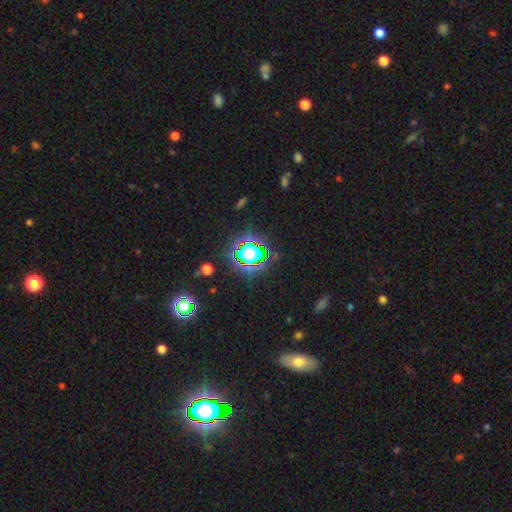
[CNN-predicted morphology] This is likely a star or artifact rather than a galaxy (78%).